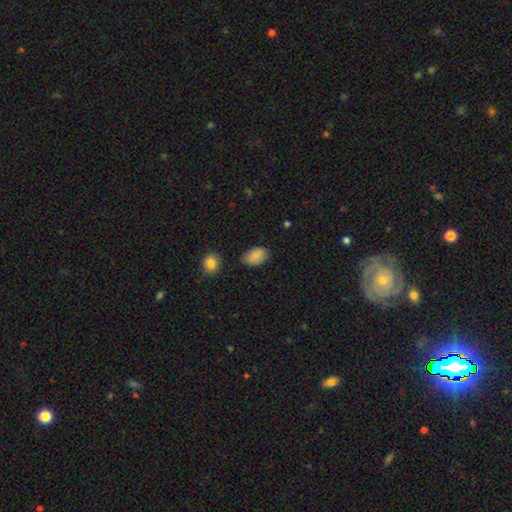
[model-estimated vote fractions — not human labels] smooth-or-featured: smooth: 87% | star or artifact: 8% | featured or disk: 5%
  how-rounded: in between: 88% | round: 11% | cigar-shaped: 1%
  merging: none: 77% | minor disturbance: 17% | major disturbance: 3% | merger: 2%